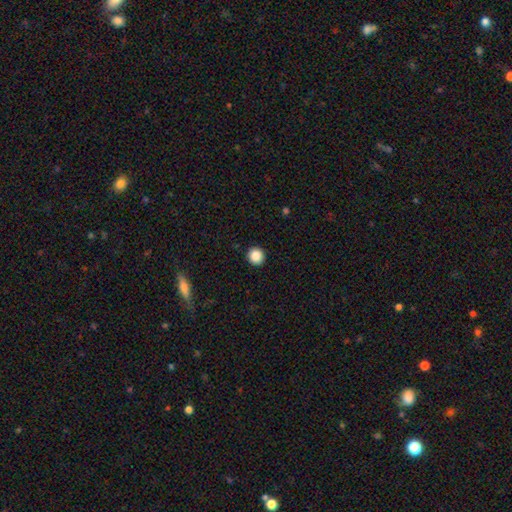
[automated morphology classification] type=smooth (88%); roundness=round (92%); merging=none (93%).